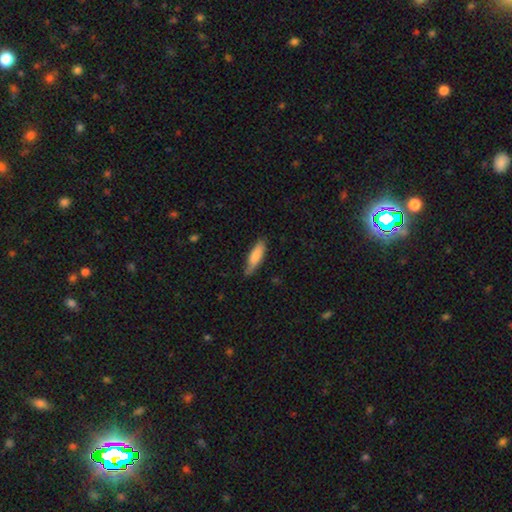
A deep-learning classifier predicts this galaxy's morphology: Smooth or featured? Predicted: smooth (p=0.80). How rounded? Predicted: cigar-shaped (p=0.55). Merging? Predicted: none (p=0.74).